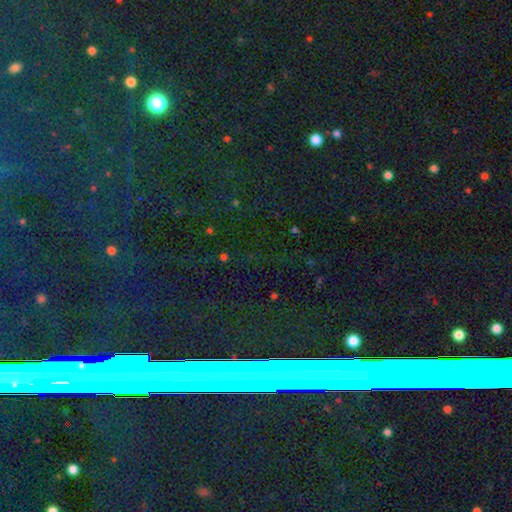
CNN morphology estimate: smooth-or-featured: star or artifact: 81% | smooth: 10% | featured or disk: 9%